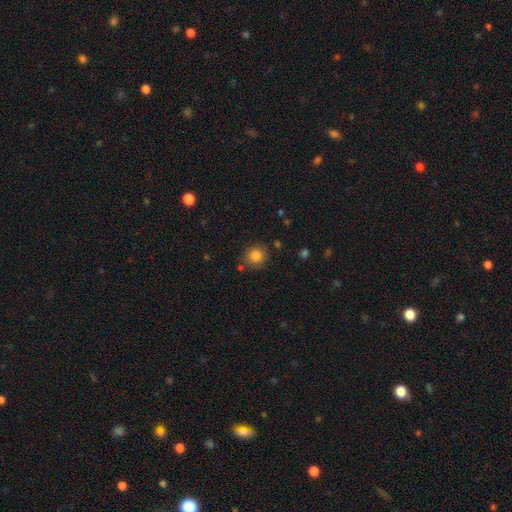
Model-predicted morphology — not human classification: This appears to be a smooth galaxy with no disk features (84%) that is round (89%). Merging: none (82%).